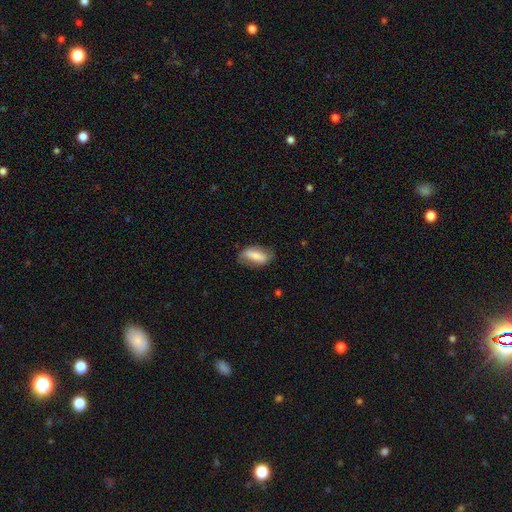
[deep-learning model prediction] Smooth or featured? smooth (63%)
How rounded? in between (85%)
Merging? none (60%)